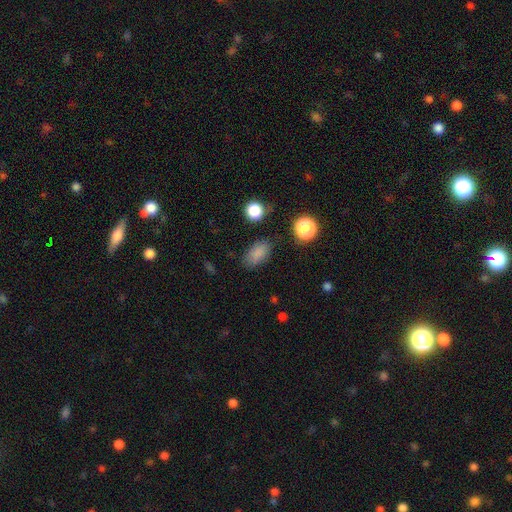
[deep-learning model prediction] Smooth or featured? smooth (81%)
How rounded? in between (88%)
Merging? none (81%)